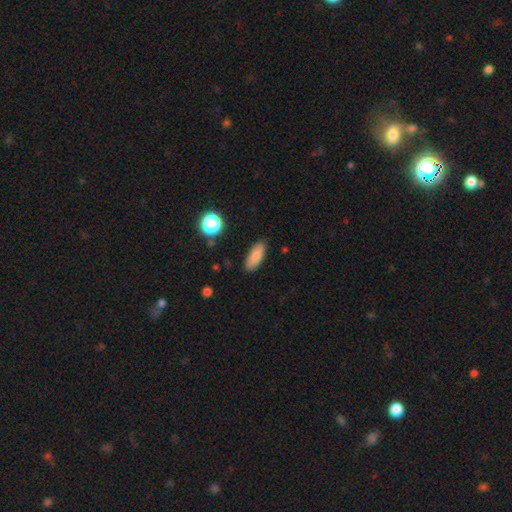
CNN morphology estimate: smooth_or_featured: smooth (p=0.84) [alt: star or artifact p=0.08]
how_rounded: in between (p=0.73) [alt: cigar-shaped p=0.25]
merging: none (p=0.86) [alt: minor disturbance p=0.10]